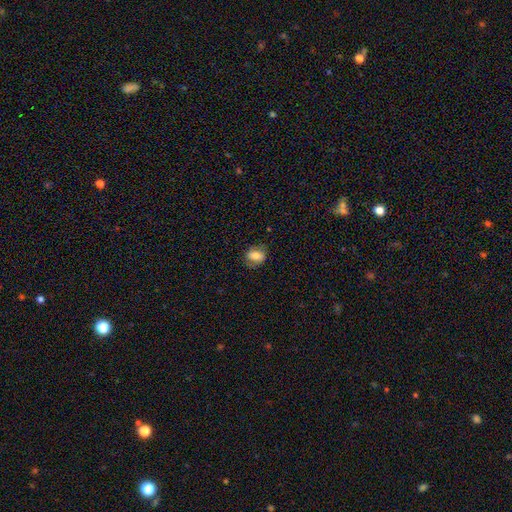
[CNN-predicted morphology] smooth_or_featured: smooth (p=0.74) [alt: featured or disk p=0.17]
how_rounded: in between (p=0.63) [alt: round p=0.35]
merging: none (p=0.73) [alt: minor disturbance p=0.19]